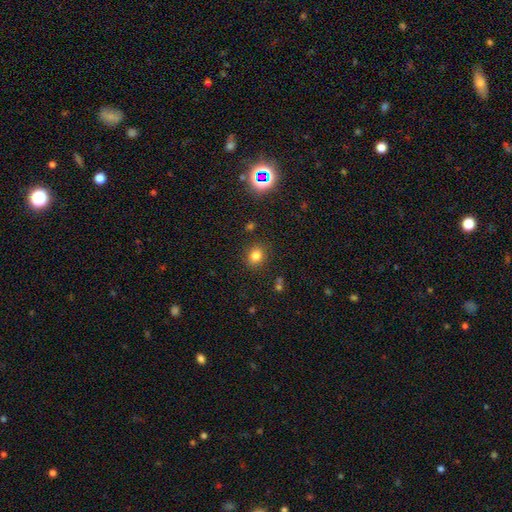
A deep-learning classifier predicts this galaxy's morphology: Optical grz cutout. It shows a smooth galaxy with no disk features (79%) that is round (66%). Merging: none (85%).